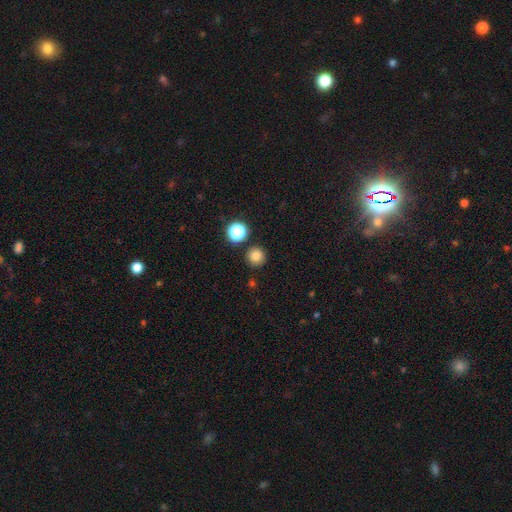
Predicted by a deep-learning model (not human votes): Morphology: type=smooth (79%); roundness=round (95%); merging=none (88%).